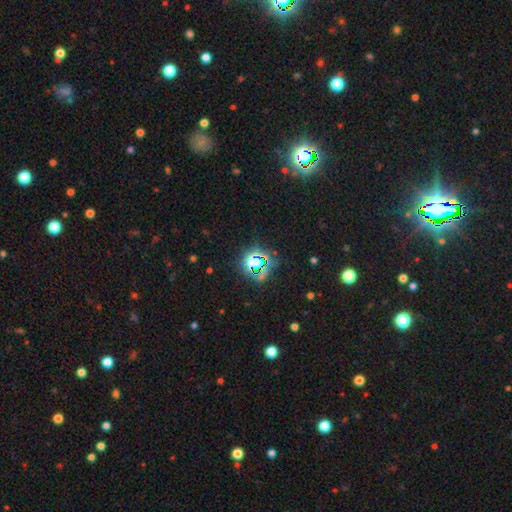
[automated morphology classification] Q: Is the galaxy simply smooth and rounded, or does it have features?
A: star or artifact — 76%.